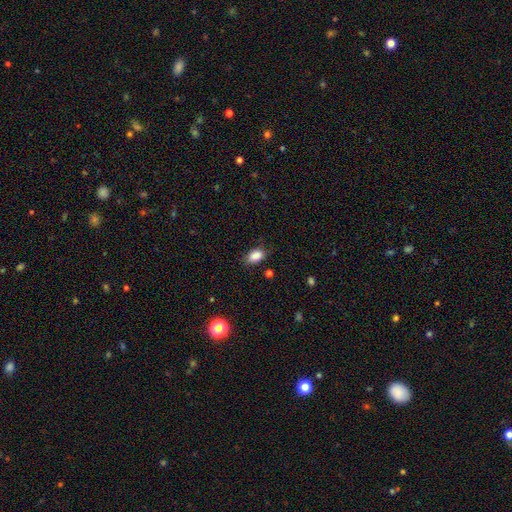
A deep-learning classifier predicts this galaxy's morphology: type=smooth (87%); roundness=in between (86%); merging=none (75%).